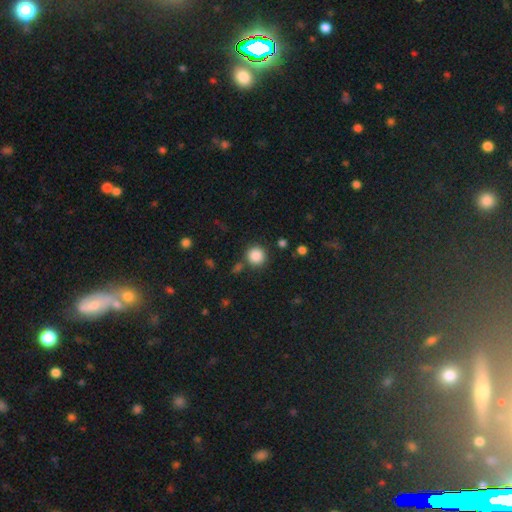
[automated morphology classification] smooth_or_featured: smooth (p=0.87) [alt: star or artifact p=0.10]
how_rounded: round (p=0.92) [alt: in between p=0.07]
merging: none (p=0.83) [alt: minor disturbance p=0.08]